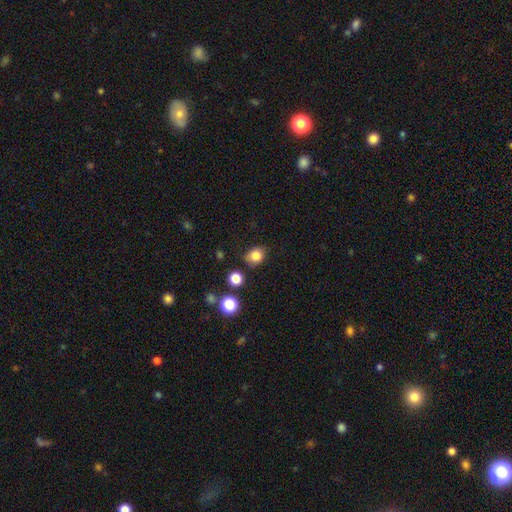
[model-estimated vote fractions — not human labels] This appears to be a smooth galaxy with no disk features (82%) that is round (59%). Merging: none (76%).